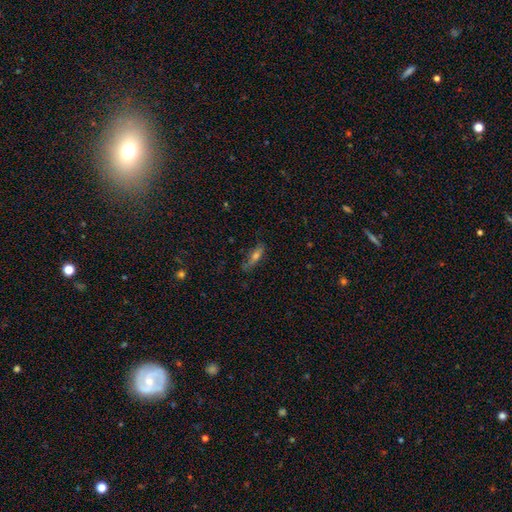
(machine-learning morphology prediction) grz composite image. It shows a smooth galaxy with no disk features (51%) that is cigar-shaped (61%). Merging: none (73%).